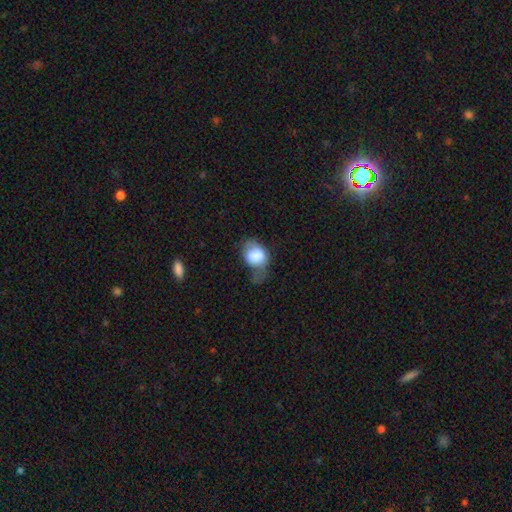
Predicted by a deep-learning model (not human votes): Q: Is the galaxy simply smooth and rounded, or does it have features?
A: smooth — 77%.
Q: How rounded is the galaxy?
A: in between — 64%.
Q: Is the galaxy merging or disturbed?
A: major disturbance — 40%.